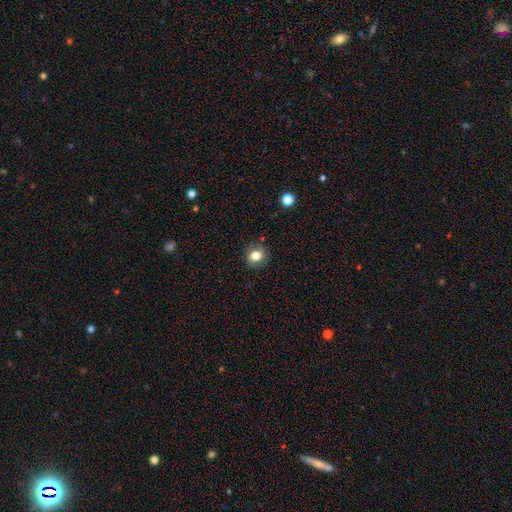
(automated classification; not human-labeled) Smooth or featured? Predicted: smooth (p=0.79). How rounded? Predicted: round (p=0.71). Merging? Predicted: none (p=0.86).